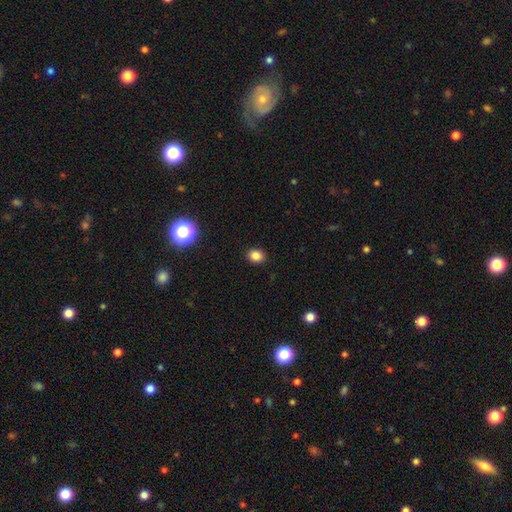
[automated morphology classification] A smooth galaxy with no disk features (84%) that is round (60%).

Vote fractions:
- Smooth or featured? smooth: 84% / star or artifact: 12% / featured or disk: 4%
- How rounded? round: 60% / in between: 39% / cigar-shaped: 1%
- Merging? none: 90% / minor disturbance: 7% / major disturbance: 2% / merger: 1%